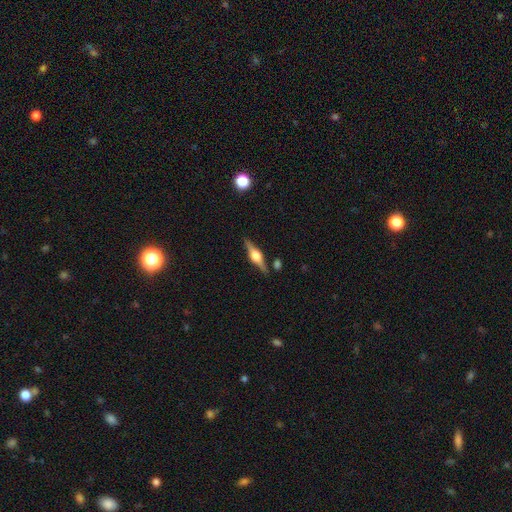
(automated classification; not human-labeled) Morphology: type=featured or disk (80%); edge-on=yes (98%); edge-on bulge=rounded (92%); merging=none (87%).